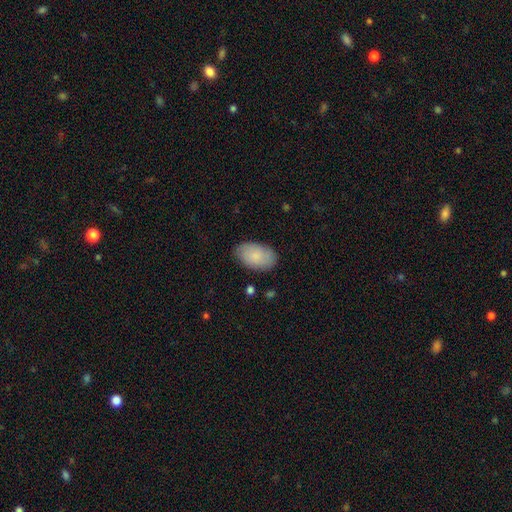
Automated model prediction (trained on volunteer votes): smooth-or-featured: smooth: 83% | featured or disk: 11% | star or artifact: 6%
  how-rounded: in between: 93% | round: 5% | cigar-shaped: 1%
  merging: none: 82% | minor disturbance: 14% | major disturbance: 3% | merger: 1%